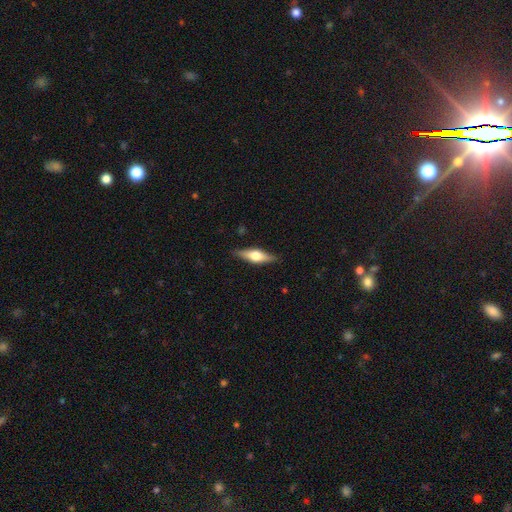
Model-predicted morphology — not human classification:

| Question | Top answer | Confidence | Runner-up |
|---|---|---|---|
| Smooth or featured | featured or disk | 54% | smooth (40%) |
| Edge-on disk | yes | 93% | no (7%) |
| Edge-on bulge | rounded | 92% | boxy (6%) |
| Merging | none | 87% | minor disturbance (10%) |